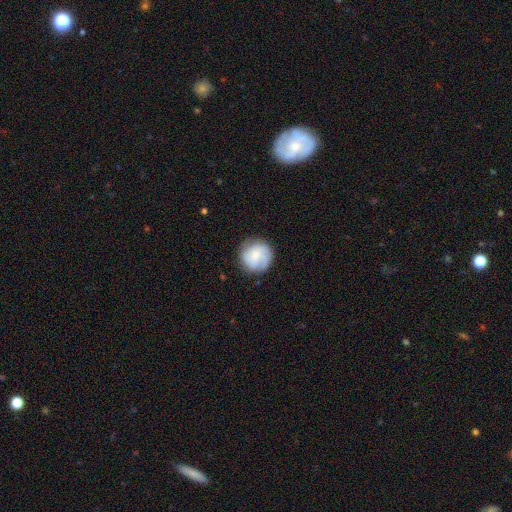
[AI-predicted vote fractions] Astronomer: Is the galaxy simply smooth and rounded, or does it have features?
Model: smooth — 55% (runner-up: featured or disk, 38%).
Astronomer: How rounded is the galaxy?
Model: round — 93%.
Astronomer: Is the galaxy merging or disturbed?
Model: none — 79%.